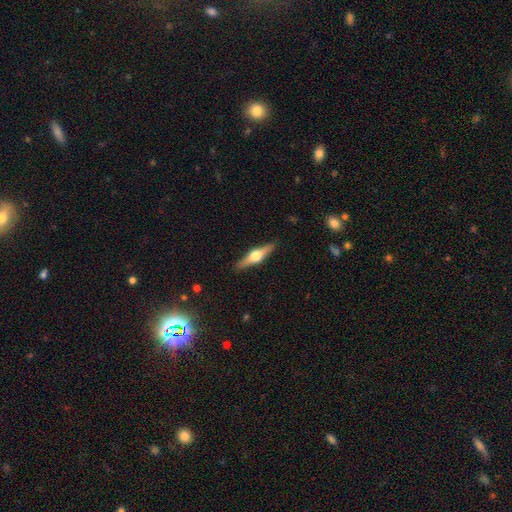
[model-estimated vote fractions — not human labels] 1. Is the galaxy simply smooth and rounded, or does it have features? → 68% featured or disk, 26% smooth, 6% star or artifact.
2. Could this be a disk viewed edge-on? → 97% yes, 3% no.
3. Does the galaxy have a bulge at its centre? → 95% rounded, 3% boxy, 1% none.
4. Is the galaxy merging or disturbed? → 90% none, 7% minor disturbance, 2% major disturbance, 1% merger.